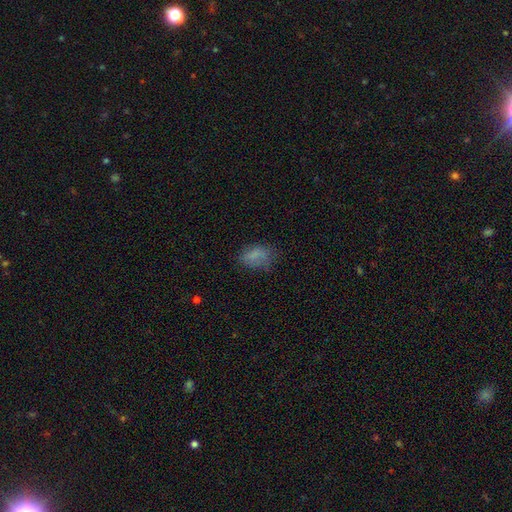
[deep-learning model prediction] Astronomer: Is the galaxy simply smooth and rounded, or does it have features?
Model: smooth — 75%.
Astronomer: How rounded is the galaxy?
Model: in between — 84%.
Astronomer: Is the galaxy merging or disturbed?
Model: none — 58%.